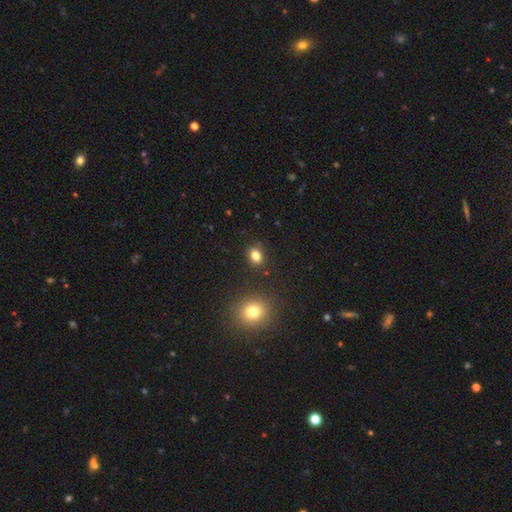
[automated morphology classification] This is clearly a smooth galaxy (82%). How rounded: possibly in between (51%). Merging: clearly none (86%).